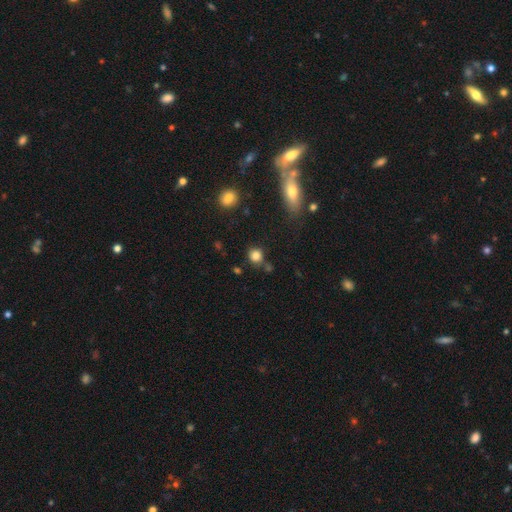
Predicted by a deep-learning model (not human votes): smooth 82%, star or artifact 12%, featured or disk 6%. Down the decision tree: how rounded — round (85%); merging — none (76%).